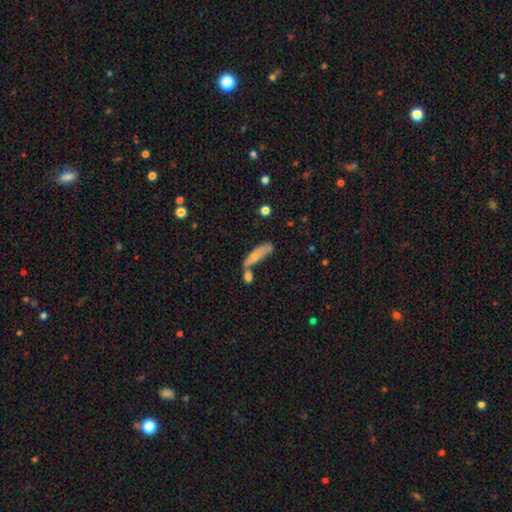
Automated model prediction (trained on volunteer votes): Smooth or featured? smooth (65%)
How rounded? in between (51%)
Merging? merger (41%)